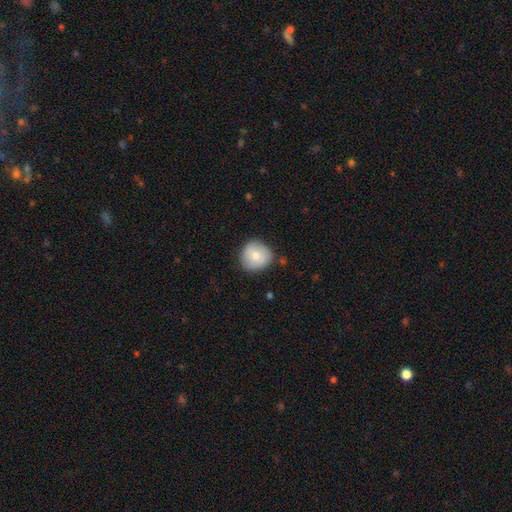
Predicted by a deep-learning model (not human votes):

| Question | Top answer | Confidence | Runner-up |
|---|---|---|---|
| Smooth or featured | smooth | 76% | featured or disk (17%) |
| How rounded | round | 90% | in between (9%) |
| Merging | none | 78% | minor disturbance (17%) |